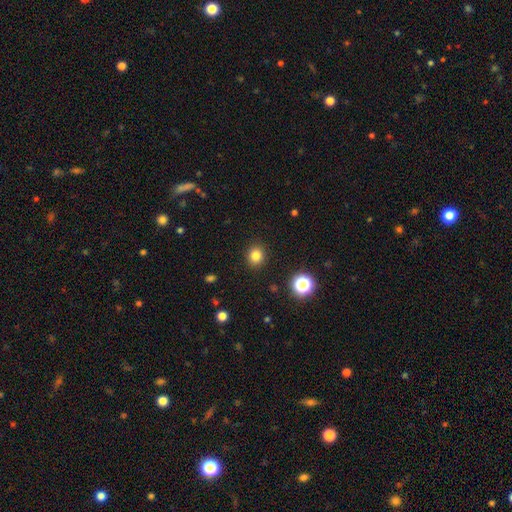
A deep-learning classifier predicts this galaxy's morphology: Overall: smooth (81%). How rounded: round (82%). Merging: none (91%).